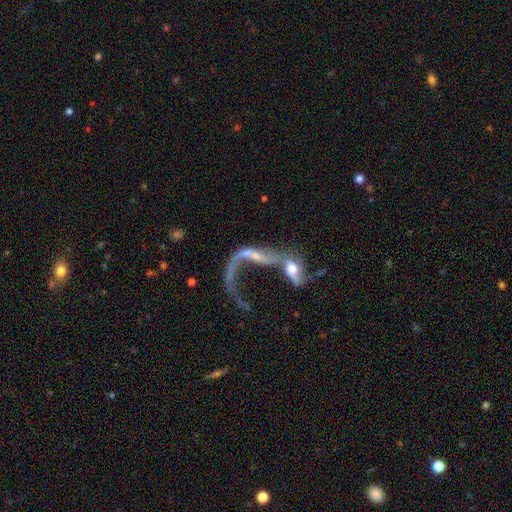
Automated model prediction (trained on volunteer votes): Smooth or featured? Predicted: featured or disk (p=0.69). Edge-on disk? Predicted: no (p=0.89). Bar? Predicted: no (p=0.59). Spiral arms? Predicted: yes (p=0.58). Bulge size? Predicted: small (p=0.40). Merging? Predicted: merger (p=0.55).